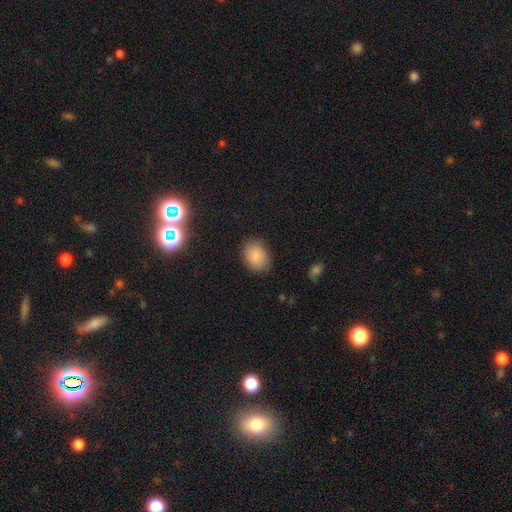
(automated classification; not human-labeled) smooth-or-featured: smooth: 83% | star or artifact: 9% | featured or disk: 7%
  how-rounded: in between: 58% | round: 41% | cigar-shaped: 1%
  merging: none: 85% | minor disturbance: 11% | major disturbance: 3% | merger: 1%